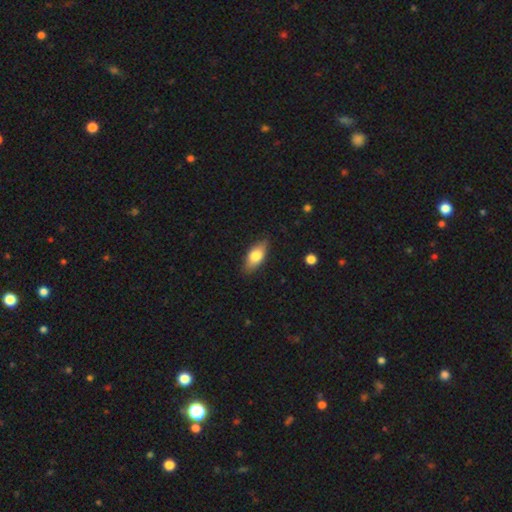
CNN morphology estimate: smooth-or-featured: smooth: 72% | featured or disk: 22% | star or artifact: 6%
  how-rounded: in between: 83% | cigar-shaped: 13% | round: 4%
  merging: none: 86% | minor disturbance: 11% | major disturbance: 2% | merger: 1%